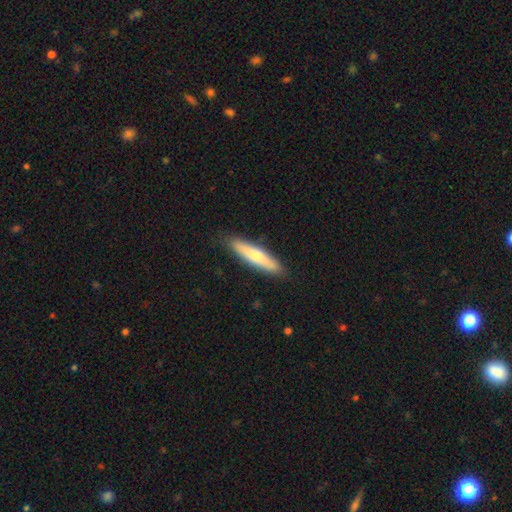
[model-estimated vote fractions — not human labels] The model was most divided on "smooth or featured": smooth: 66%, featured or disk: 29%, star or artifact: 5%. More confident: merging — none (87%); how rounded — cigar-shaped (83%).